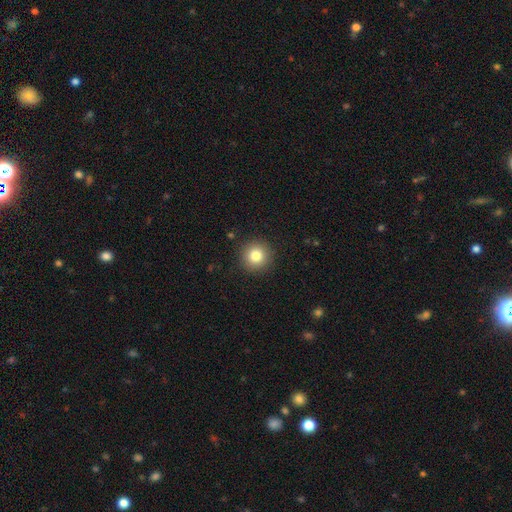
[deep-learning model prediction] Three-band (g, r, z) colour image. It shows a smooth galaxy with no disk features (81%) that is round (95%). Merging: none (91%).